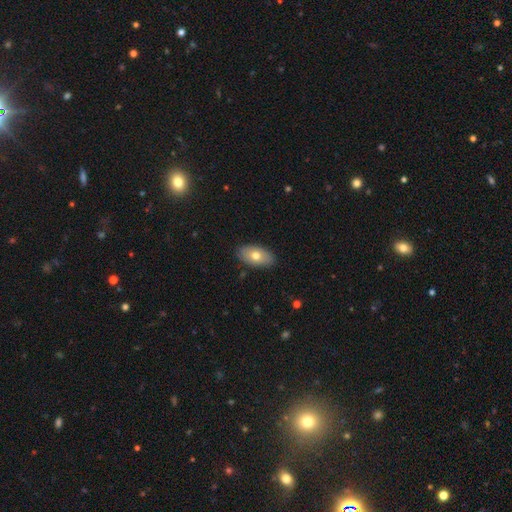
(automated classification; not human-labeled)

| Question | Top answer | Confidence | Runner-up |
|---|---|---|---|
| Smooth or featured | smooth | 70% | featured or disk (24%) |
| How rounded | in between | 93% | round (5%) |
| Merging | none | 87% | minor disturbance (10%) |